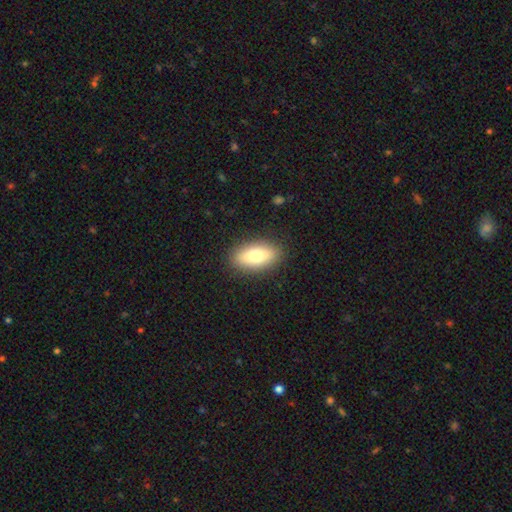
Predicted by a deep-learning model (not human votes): smooth 76%, featured or disk 17%, star or artifact 7%. Down the decision tree: how rounded — in between (87%); merging — none (89%).